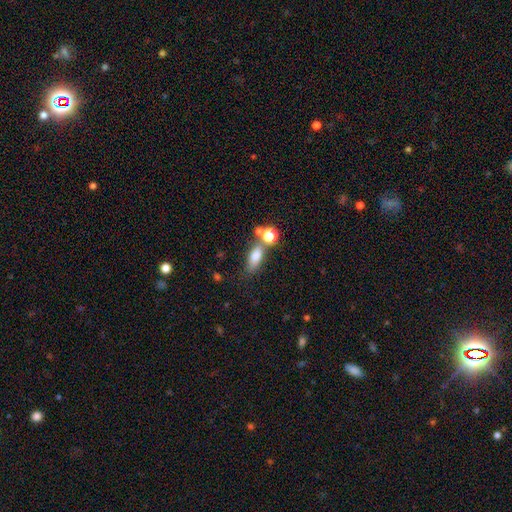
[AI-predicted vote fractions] Smooth or featured: smooth — 73% (featured or disk — 15%)
How rounded: in between — 65% (cigar-shaped — 21%)
Merging: none — 57% (merger — 23%)